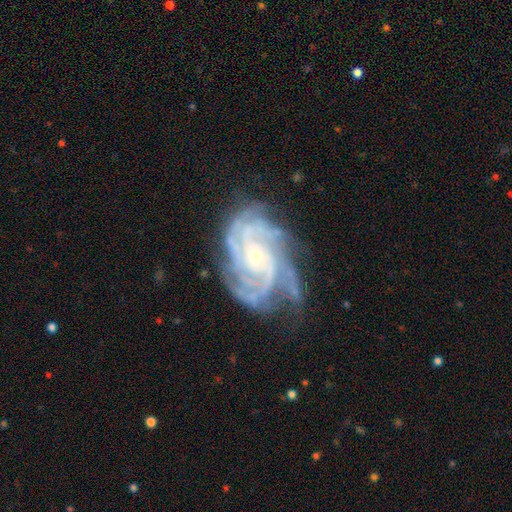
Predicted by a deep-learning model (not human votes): Q: Smooth or featured?
A: featured or disk (90%); runner-up: star or artifact (6%)
Q: Edge-on disk?
A: no (97%); runner-up: yes (3%)
Q: Bar?
A: no (68%); runner-up: weak (24%)
Q: Spiral arms?
A: yes (98%); runner-up: no (2%)
Q: Spiral winding?
A: tight (68%); runner-up: medium (27%)
Q: Spiral arm count?
A: 4 (34%); runner-up: 3 (18%)
Q: Bulge size?
A: small (79%); runner-up: moderate (17%)
Q: Merging?
A: none (63%); runner-up: minor disturbance (23%)